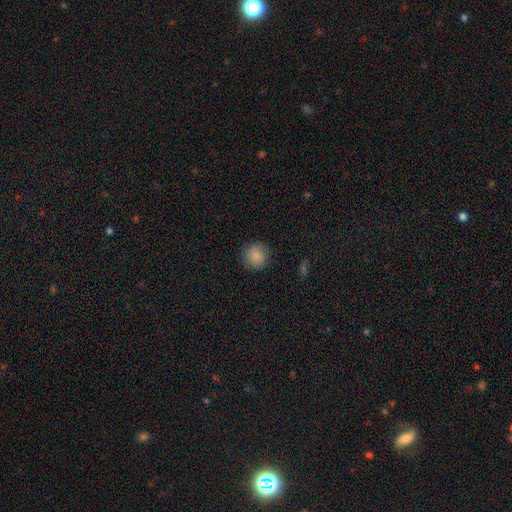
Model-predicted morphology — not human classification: A smooth galaxy with no disk features (87%) that is round (93%). Merging: none (89%).